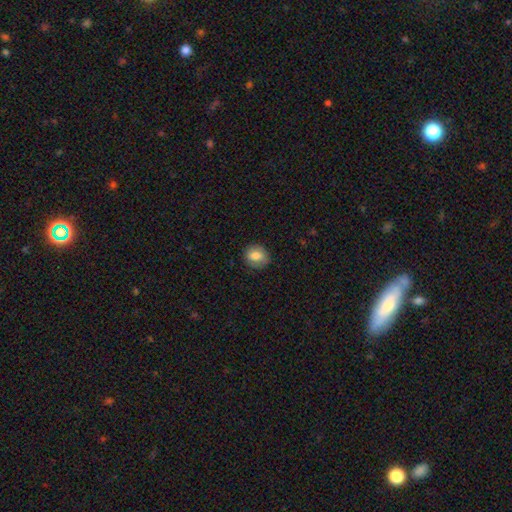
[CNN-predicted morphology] This appears to be a smooth galaxy with no disk features (78%) that is round (69%). Merging: none (84%).